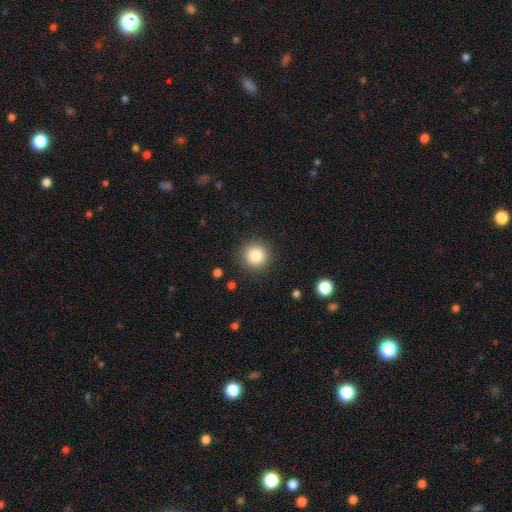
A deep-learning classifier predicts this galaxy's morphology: Overall: smooth (84%). How rounded: round (95%). Merging: none (90%).